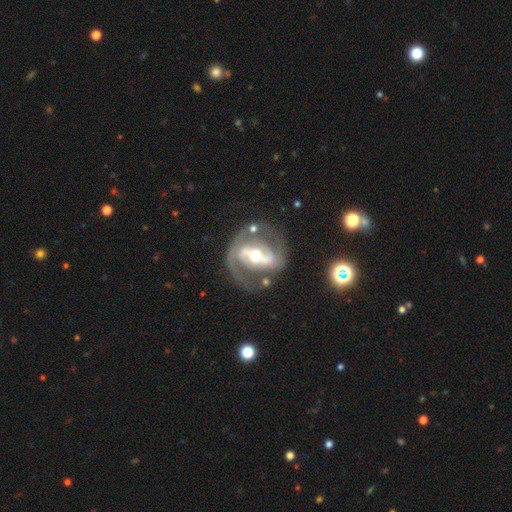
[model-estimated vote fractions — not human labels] Morphology: type=featured or disk (88%); edge-on=no (97%); bar=strong (57%); spiral arms=yes (93%); winding=medium (52%); arm count=2 (86%); bulge=moderate (63%); merging=none (67%).